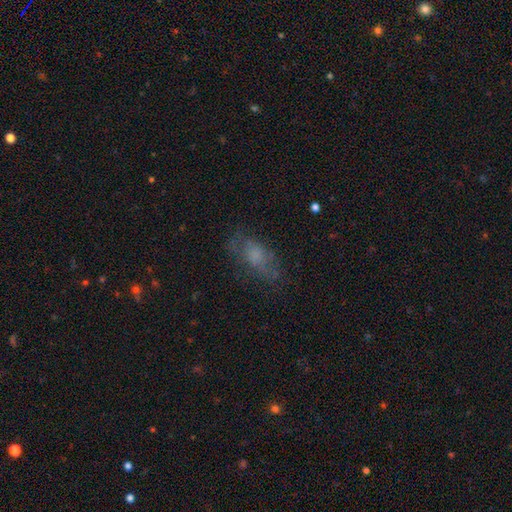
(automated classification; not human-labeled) smooth_or_featured: smooth (p=0.54) [alt: featured or disk p=0.32]
how_rounded: in between (p=0.79) [alt: cigar-shaped p=0.14]
merging: none (p=0.60) [alt: minor disturbance p=0.22]